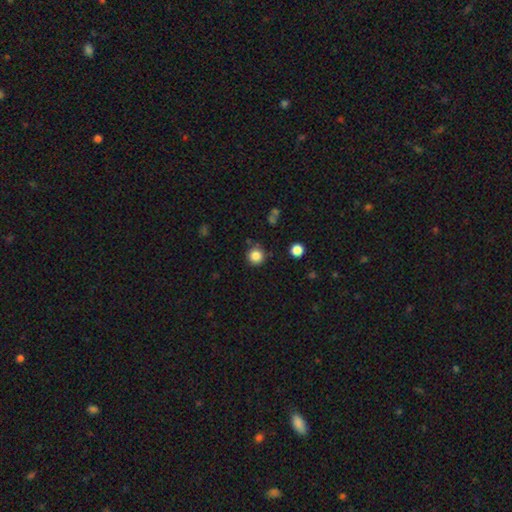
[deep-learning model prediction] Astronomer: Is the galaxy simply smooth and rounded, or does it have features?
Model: smooth — 84%.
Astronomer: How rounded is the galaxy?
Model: round — 94%.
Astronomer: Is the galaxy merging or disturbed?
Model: none — 85%.